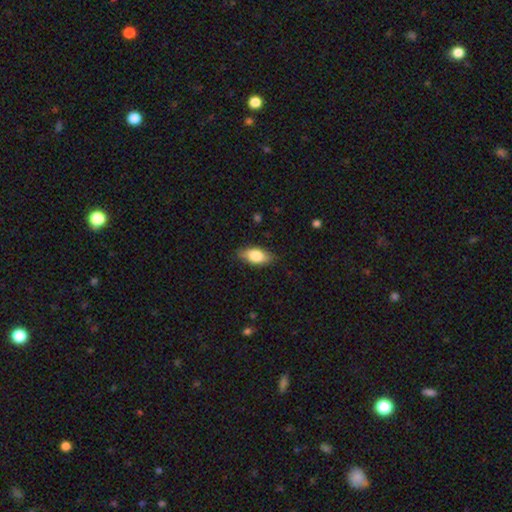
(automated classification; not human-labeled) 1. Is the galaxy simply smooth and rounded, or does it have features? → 78% smooth, 15% featured or disk, 6% star or artifact.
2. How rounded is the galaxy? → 87% in between, 9% cigar-shaped, 4% round.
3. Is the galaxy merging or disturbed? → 83% none, 14% minor disturbance, 3% major disturbance, 1% merger.